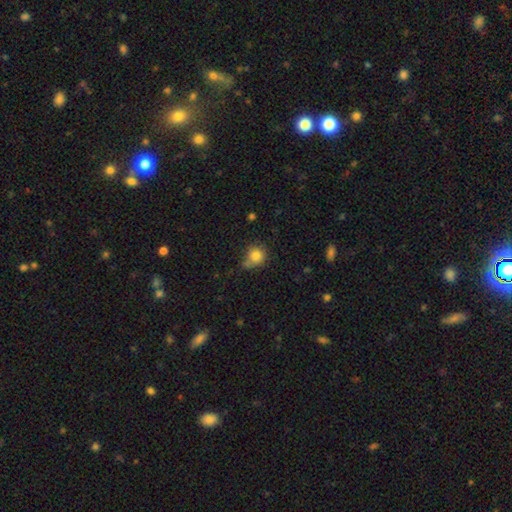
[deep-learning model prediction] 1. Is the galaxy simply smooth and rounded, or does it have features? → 82% smooth, 11% star or artifact, 7% featured or disk.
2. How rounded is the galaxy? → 85% round, 14% in between, 1% cigar-shaped.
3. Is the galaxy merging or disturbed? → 57% none, 24% minor disturbance, 12% merger, 7% major disturbance.